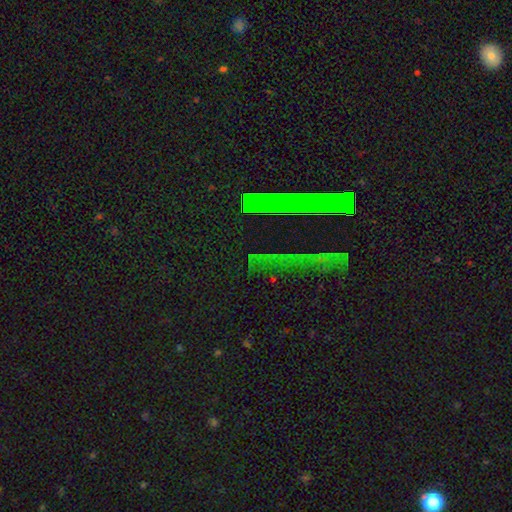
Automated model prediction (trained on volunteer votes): Smooth or featured? Predicted: star or artifact (p=0.74).